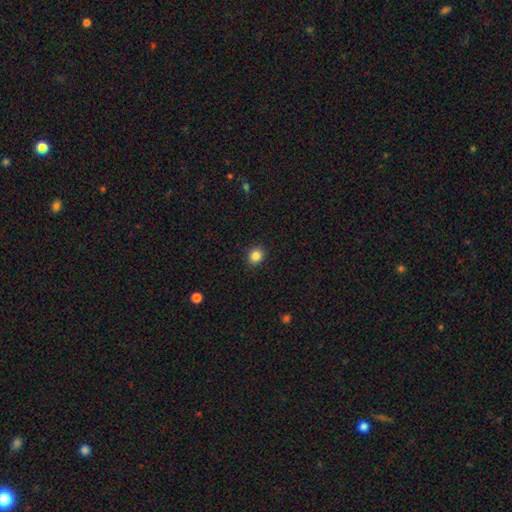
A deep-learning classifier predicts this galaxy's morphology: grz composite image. It shows a smooth galaxy with no disk features (86%) that is round (72%). Merging: none (91%).